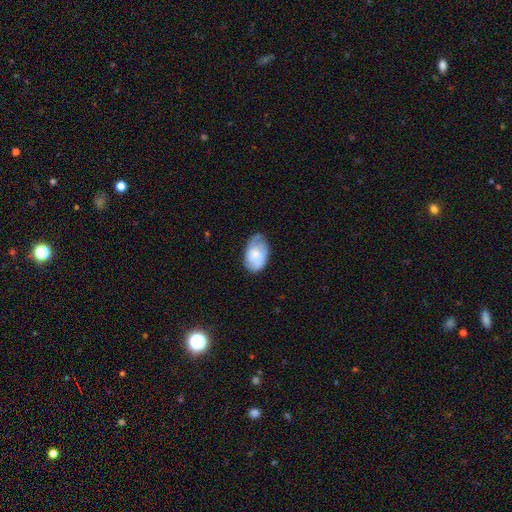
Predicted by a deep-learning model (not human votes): smooth-or-featured: smooth: 61% | featured or disk: 32% | star or artifact: 7%
  how-rounded: in between: 90% | round: 9% | cigar-shaped: 1%
  merging: none: 52% | minor disturbance: 36% | major disturbance: 11% | merger: 2%